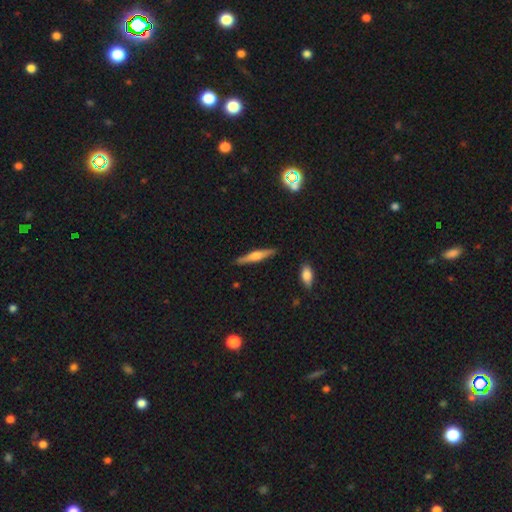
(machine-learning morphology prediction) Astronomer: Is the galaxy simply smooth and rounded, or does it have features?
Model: featured or disk — 53% (runner-up: smooth, 40%).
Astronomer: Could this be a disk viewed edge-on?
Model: yes — 96%.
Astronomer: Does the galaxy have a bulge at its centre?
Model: rounded — 75%.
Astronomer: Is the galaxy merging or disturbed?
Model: none — 88%.